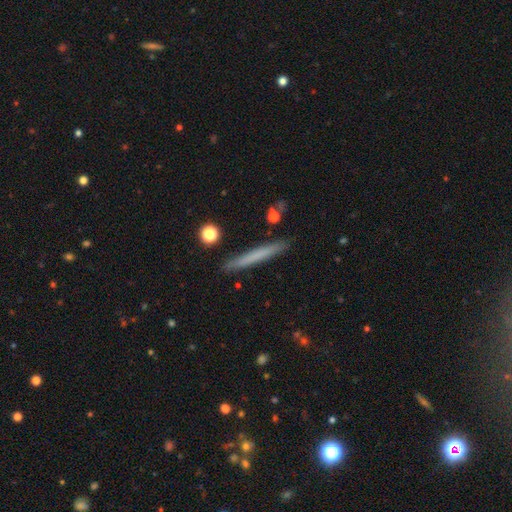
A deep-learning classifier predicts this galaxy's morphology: Smooth or featured? Predicted: smooth (p=0.61). How rounded? Predicted: cigar-shaped (p=0.97). Merging? Predicted: none (p=0.90).